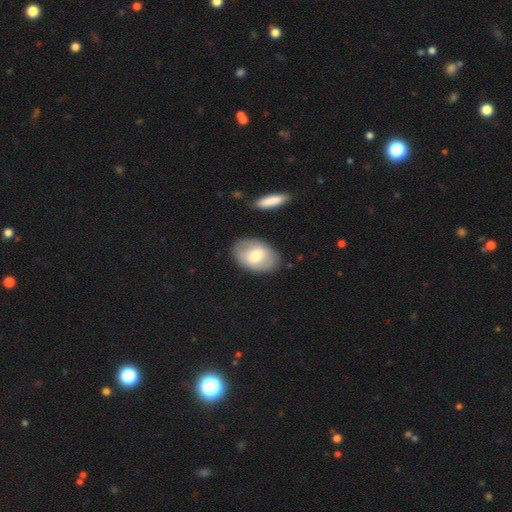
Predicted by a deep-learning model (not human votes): This appears to be a smooth galaxy with no disk features (59%) that is in between round and cigar-shaped (87%). Merging: none (82%).